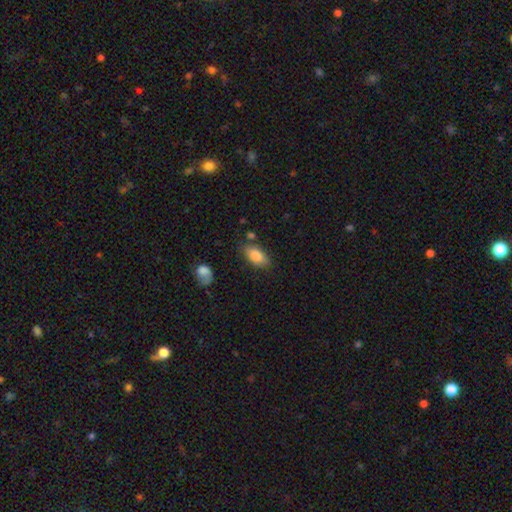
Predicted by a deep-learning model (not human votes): The model was most divided on "merging": none: 74%, minor disturbance: 17%, merger: 5%, major disturbance: 4%. More confident: how rounded — in between (90%); smooth or featured — smooth (82%).